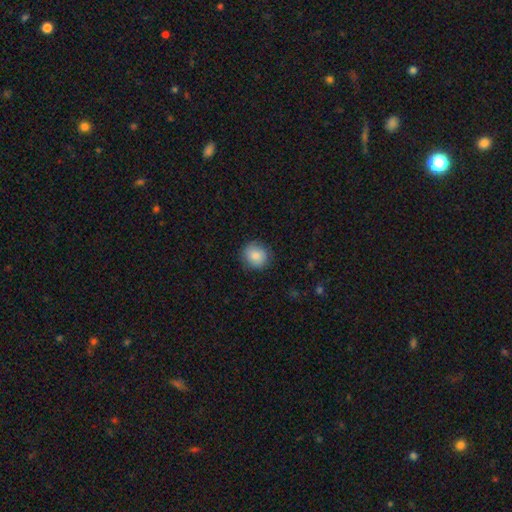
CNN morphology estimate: A smooth galaxy with no disk features (86%) that is round (84%). Merging: none (87%).